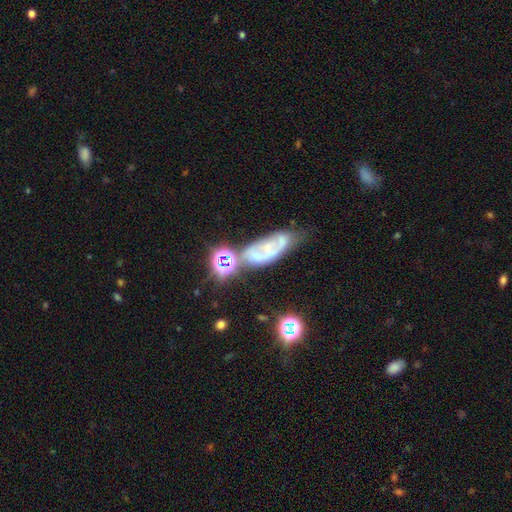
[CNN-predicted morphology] This is possibly a featured or disk galaxy (48%). Merging: marginally none (34%).